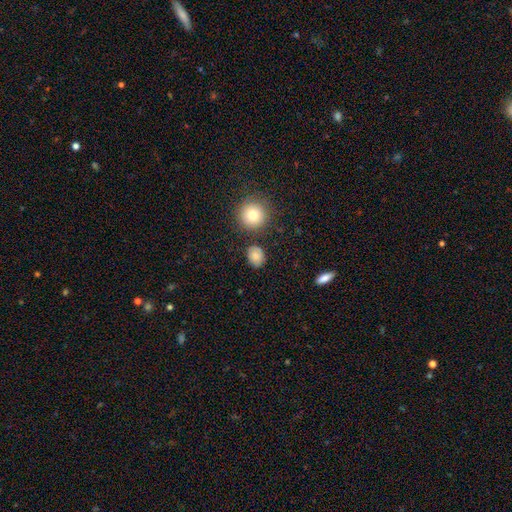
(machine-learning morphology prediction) The model was most divided on "how rounded": round: 56%, in between: 43%, cigar-shaped: 1%. More confident: smooth or featured — smooth (82%); merging — none (81%).